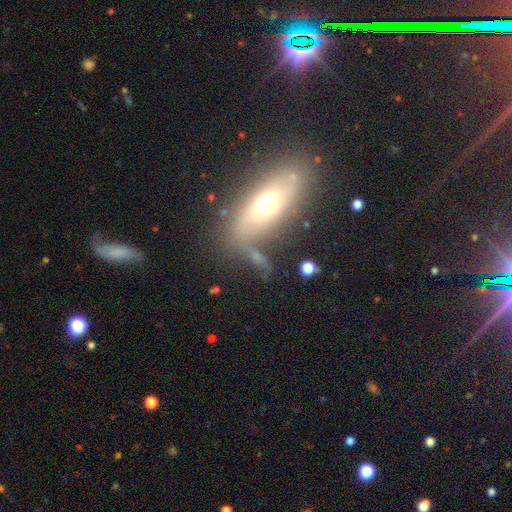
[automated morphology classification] Smooth or featured? featured or disk (43%)
Merging? none (68%)